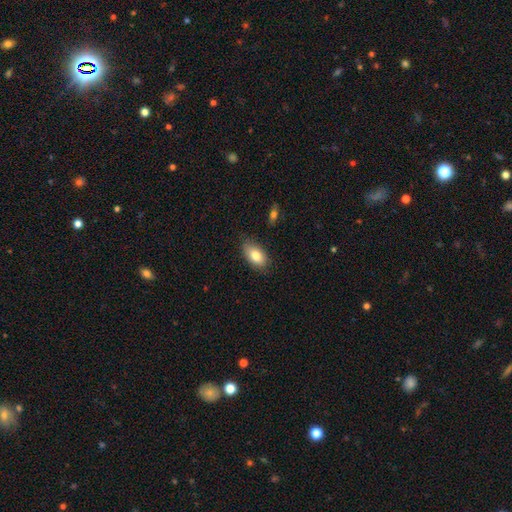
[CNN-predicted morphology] This is clearly a smooth galaxy (80%). How rounded: clearly in between (92%). Merging: likely none (79%).